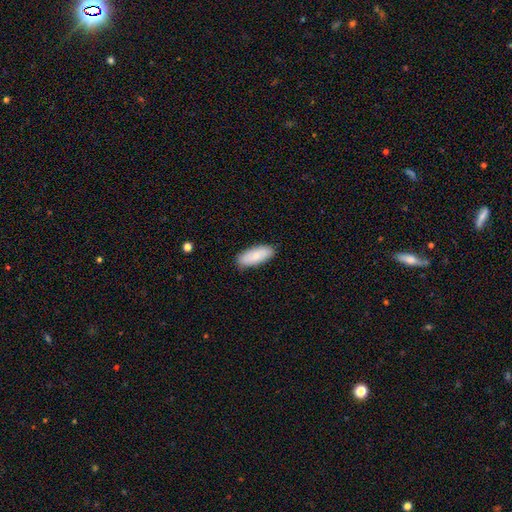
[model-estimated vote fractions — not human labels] smooth-or-featured: smooth: 80% | featured or disk: 15% | star or artifact: 6%
  how-rounded: in between: 82% | cigar-shaped: 16% | round: 2%
  merging: none: 87% | minor disturbance: 11% | major disturbance: 2% | merger: 1%